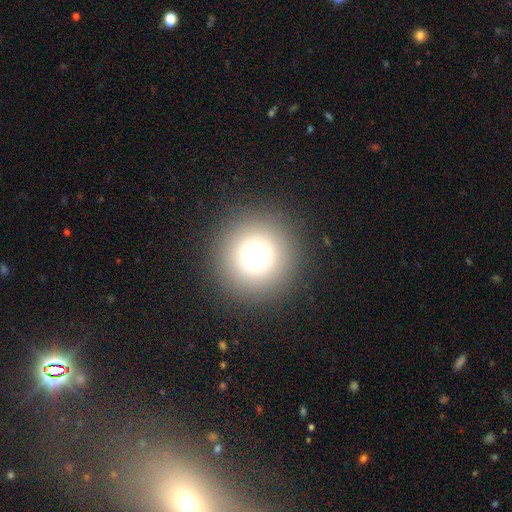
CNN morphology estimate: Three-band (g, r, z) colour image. It shows a smooth galaxy with no disk features (71%) that is round (97%). Merging: none (91%).